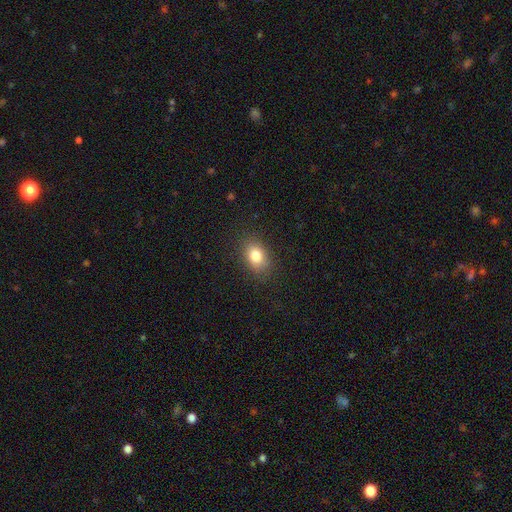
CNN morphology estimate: type=smooth (81%); roundness=in between (74%); merging=none (86%).